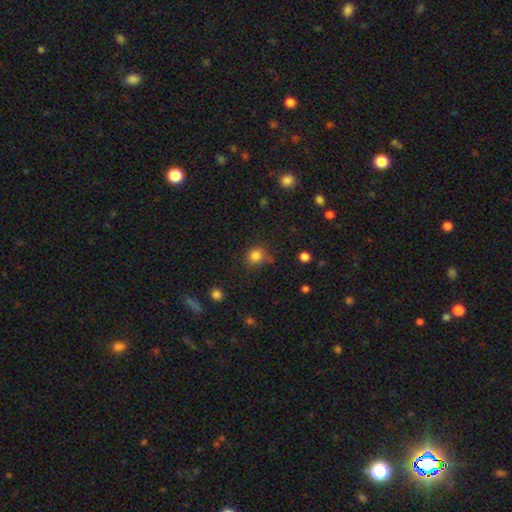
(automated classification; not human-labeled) smooth_or_featured: smooth (p=0.83) [alt: star or artifact p=0.13]
how_rounded: round (p=0.82) [alt: in between p=0.17]
merging: none (p=0.72) [alt: minor disturbance p=0.18]